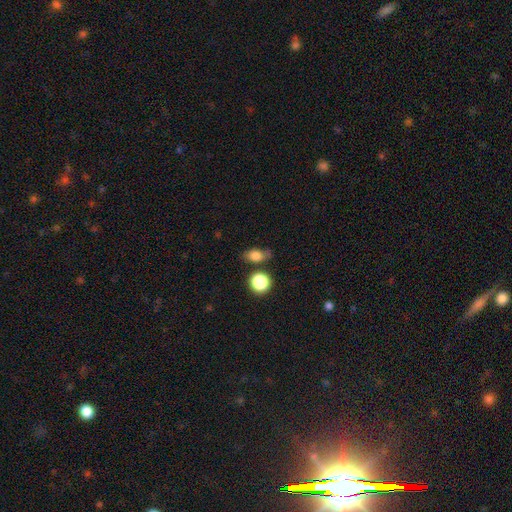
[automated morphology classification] smooth-or-featured: smooth: 78% | star or artifact: 12% | featured or disk: 10%
  how-rounded: in between: 66% | round: 30% | cigar-shaped: 4%
  merging: none: 64% | minor disturbance: 20% | merger: 9% | major disturbance: 6%